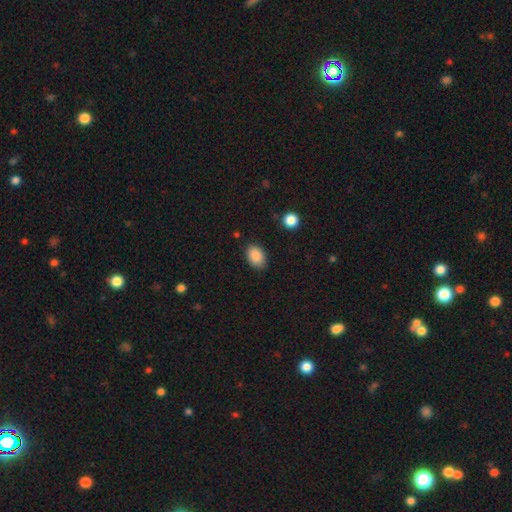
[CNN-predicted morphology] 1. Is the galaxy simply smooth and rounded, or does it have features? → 88% smooth, 8% star or artifact, 4% featured or disk.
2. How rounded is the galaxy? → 87% in between, 12% round, 1% cigar-shaped.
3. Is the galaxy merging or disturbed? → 84% none, 12% minor disturbance, 3% major disturbance, 1% merger.